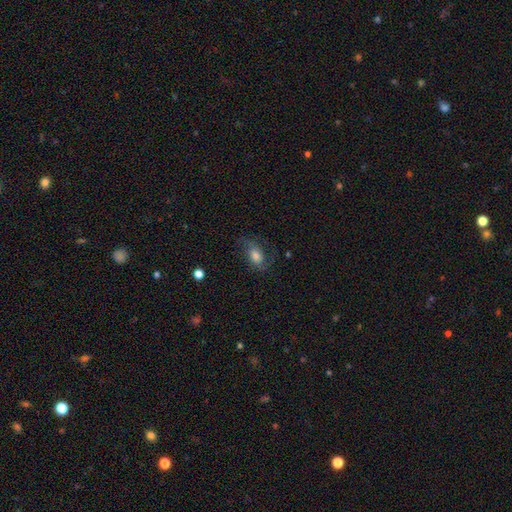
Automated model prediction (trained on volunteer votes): This is marginally a smooth galaxy (45%). Merging: likely none (63%).